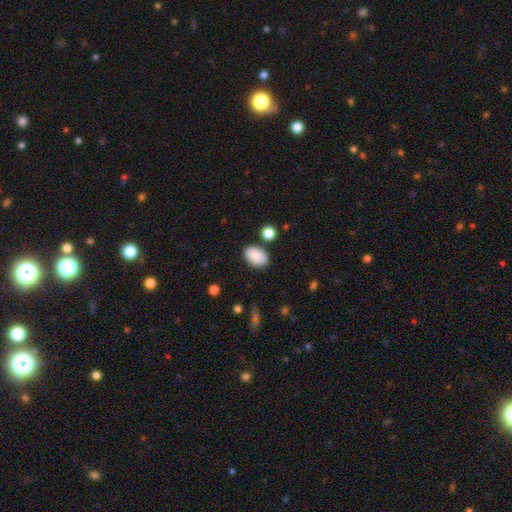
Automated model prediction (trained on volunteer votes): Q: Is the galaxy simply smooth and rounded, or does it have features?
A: smooth — 88%.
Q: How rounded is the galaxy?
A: in between — 89%.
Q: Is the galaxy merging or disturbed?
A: none — 81%.